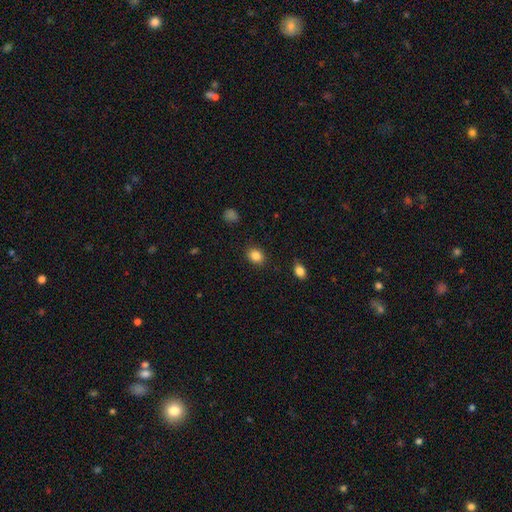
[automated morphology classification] This is clearly a smooth galaxy (86%). How rounded: possibly round (53%). Merging: clearly none (87%).